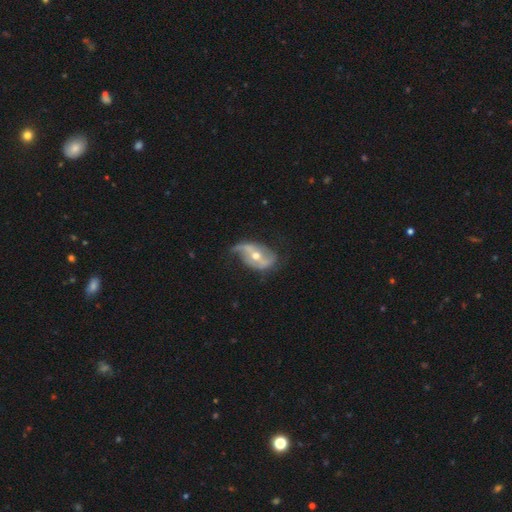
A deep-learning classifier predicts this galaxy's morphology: Overall: featured or disk (79%). Edge-on disk: no (95%). Bar: no (38%; weak 34%). Spiral arms: yes (86%). Spiral arm count: 2 (80%). Spiral winding: loose (67%). Bulge size: moderate (70%). Merging: none (51%; minor disturbance 30%).